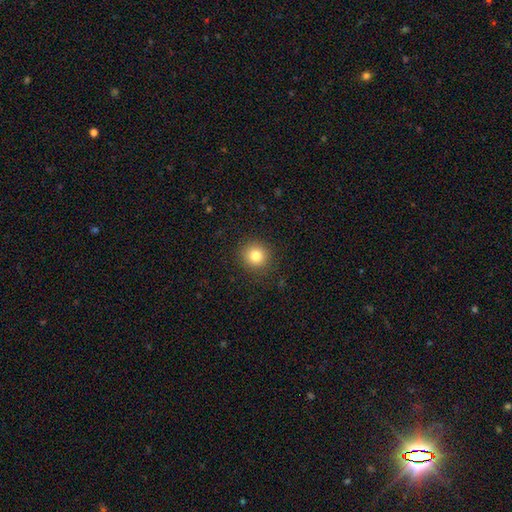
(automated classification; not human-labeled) Smooth or featured?
  - smooth: 82% *
  - star or artifact: 11%
  - featured or disk: 7%
How rounded?
  - round: 92% *
  - in between: 7%
  - cigar-shaped: 1%
Merging?
  - none: 90% *
  - minor disturbance: 7%
  - major disturbance: 2%
  - merger: 1%